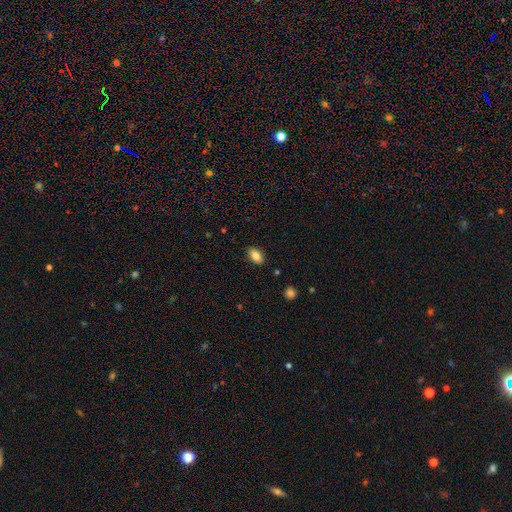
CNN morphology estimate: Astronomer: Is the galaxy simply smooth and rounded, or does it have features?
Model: smooth — 84%.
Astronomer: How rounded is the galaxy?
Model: in between — 91%.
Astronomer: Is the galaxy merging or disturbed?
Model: none — 87%.